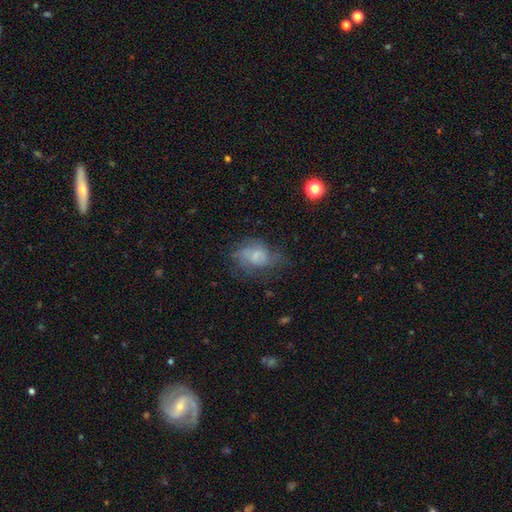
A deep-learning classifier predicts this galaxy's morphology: This appears to be a smooth galaxy with no disk features (52%) that is in between round and cigar-shaped (65%). Merging: none (43%).